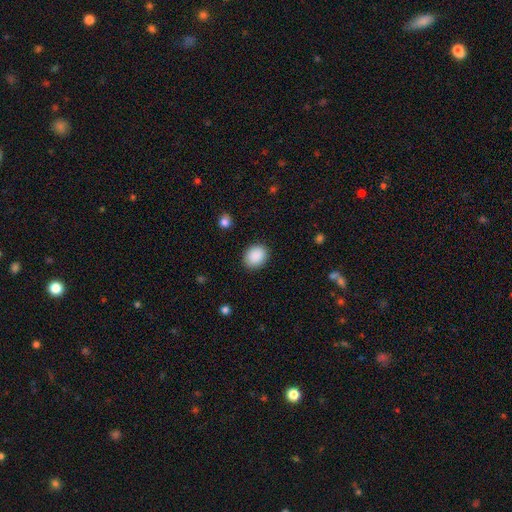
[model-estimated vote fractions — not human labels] A smooth galaxy with no disk features (90%) that is round (50%).

Vote fractions:
- Smooth or featured? smooth: 90% / star or artifact: 8% / featured or disk: 3%
- How rounded? round: 50% / in between: 49% / cigar-shaped: 1%
- Merging? none: 88% / minor disturbance: 8% / major disturbance: 2% / merger: 1%